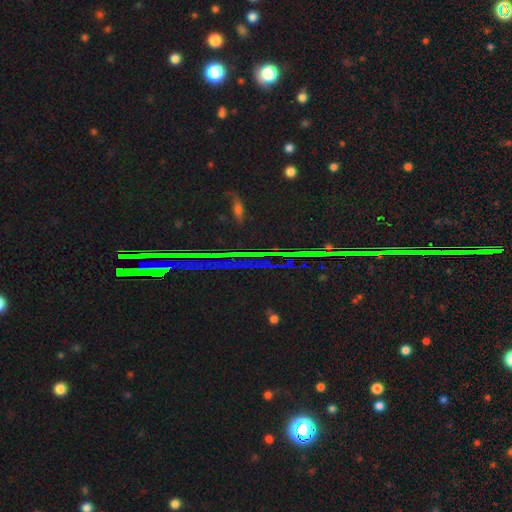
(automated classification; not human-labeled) Morphology: type=star or artifact (85%).